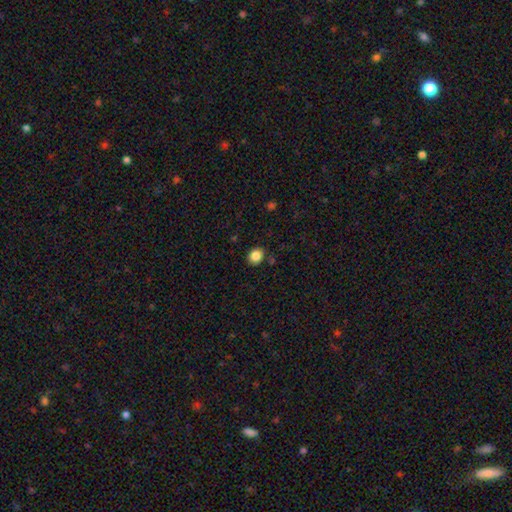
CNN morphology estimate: A smooth galaxy with no disk features (85%) that is round (64%).

Vote fractions:
- Smooth or featured? smooth: 85% / star or artifact: 10% / featured or disk: 5%
- How rounded? round: 64% / in between: 35% / cigar-shaped: 1%
- Merging? none: 86% / minor disturbance: 9% / merger: 3% / major disturbance: 2%